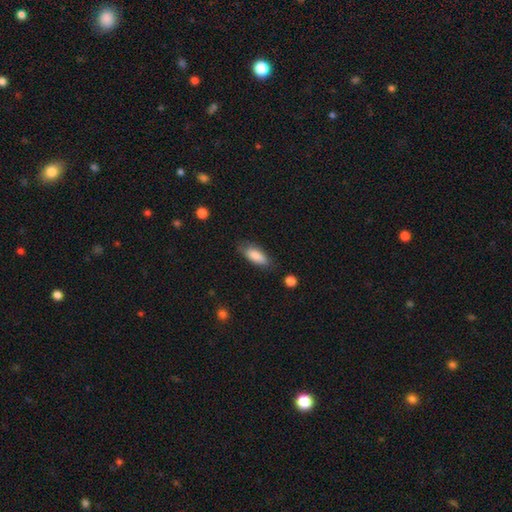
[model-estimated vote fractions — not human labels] Overall: smooth (85%). How rounded: in between (79%). Merging: none (74%).